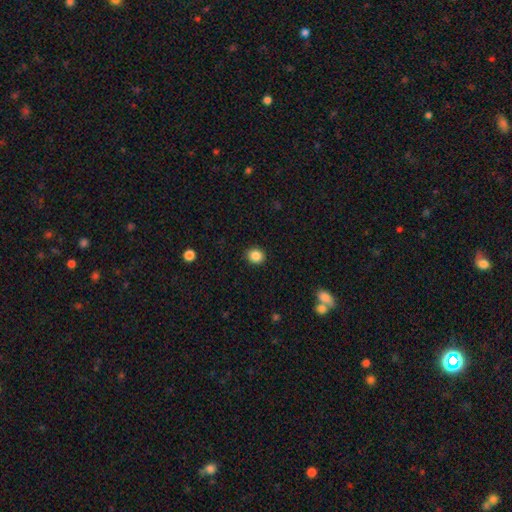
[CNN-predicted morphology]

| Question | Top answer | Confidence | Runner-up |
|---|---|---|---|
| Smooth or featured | smooth | 87% | star or artifact (10%) |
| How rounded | round | 78% | in between (21%) |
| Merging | none | 91% | minor disturbance (6%) |